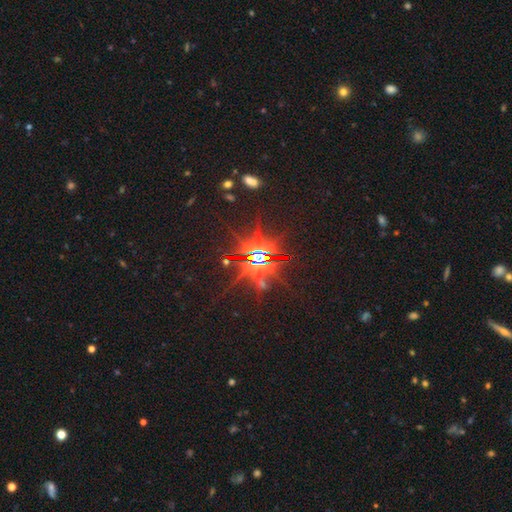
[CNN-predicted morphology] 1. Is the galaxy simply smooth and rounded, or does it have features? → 83% star or artifact, 11% featured or disk, 6% smooth.